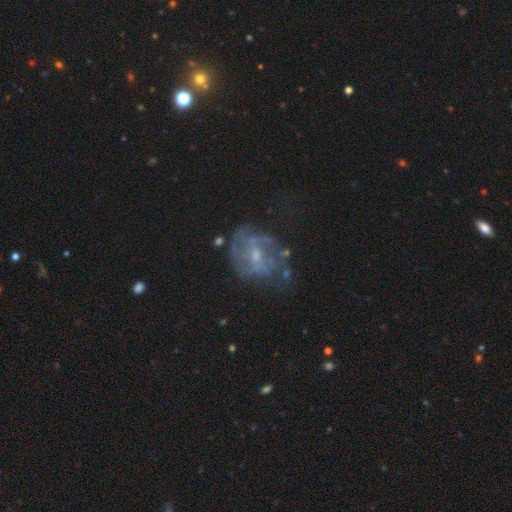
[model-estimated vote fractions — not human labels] Q: Smooth or featured?
A: featured or disk (74%); runner-up: smooth (16%)
Q: Edge-on disk?
A: no (97%); runner-up: yes (3%)
Q: Bar?
A: no (48%); runner-up: weak (43%)
Q: Spiral arms?
A: yes (71%); runner-up: no (29%)
Q: Spiral winding?
A: medium (40%); runner-up: tight (38%)
Q: Spiral arm count?
A: can't tell (44%); runner-up: 2 (27%)
Q: Bulge size?
A: small (61%); runner-up: moderate (32%)
Q: Merging?
A: none (52%); runner-up: minor disturbance (24%)